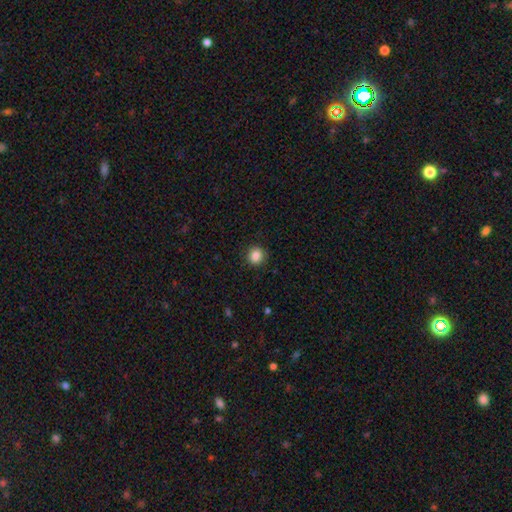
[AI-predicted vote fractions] Smooth or featured: smooth — 86% (star or artifact — 10%)
How rounded: round — 88% (in between — 11%)
Merging: none — 90% (minor disturbance — 7%)